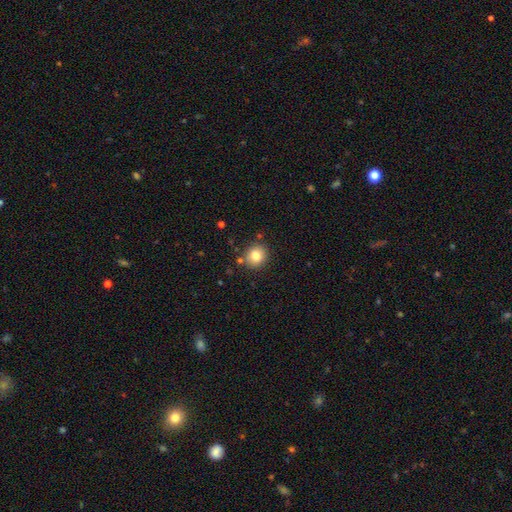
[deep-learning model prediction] Smooth or featured? Predicted: smooth (p=0.81). How rounded? Predicted: round (p=0.83). Merging? Predicted: none (p=0.84).